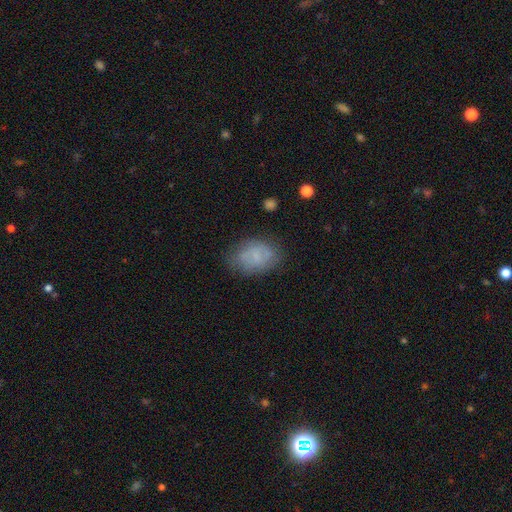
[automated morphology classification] This appears to be a smooth galaxy with no disk features (65%) that is in between round and cigar-shaped (80%). Merging: none (66%).